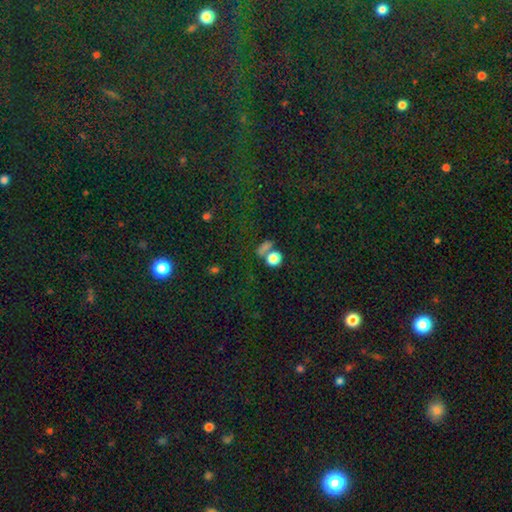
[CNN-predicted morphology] Q: Smooth or featured?
A: star or artifact (80%); runner-up: smooth (12%)